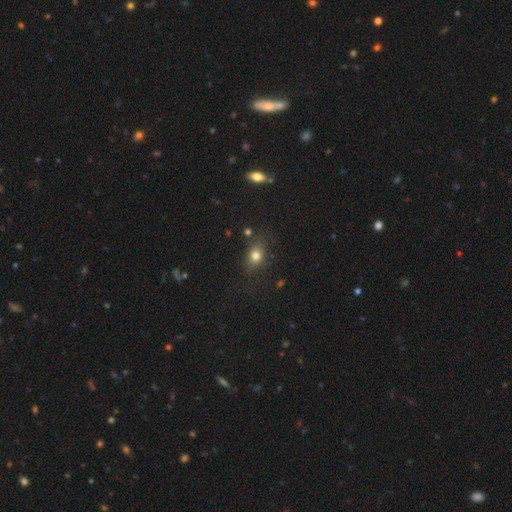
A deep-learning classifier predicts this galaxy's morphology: Smooth or featured? Predicted: smooth (p=0.75). How rounded? Predicted: in between (p=0.55). Merging? Predicted: none (p=0.74).